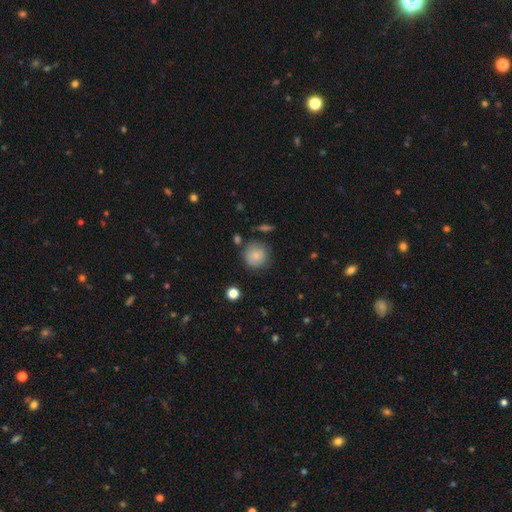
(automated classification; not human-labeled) This appears to be a smooth galaxy with no disk features (80%) that is round (92%). Merging: none (77%).